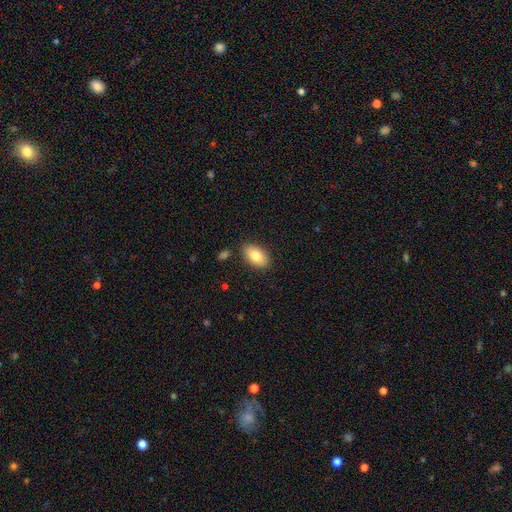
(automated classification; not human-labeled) Smooth or featured? Predicted: smooth (p=0.82). How rounded? Predicted: in between (p=0.93). Merging? Predicted: none (p=0.86).